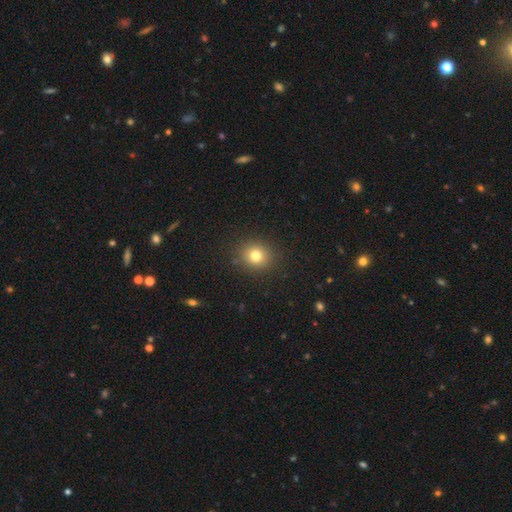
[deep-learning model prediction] smooth 78%, star or artifact 14%, featured or disk 8%. Down the decision tree: how rounded — round (81%); merging — none (89%).